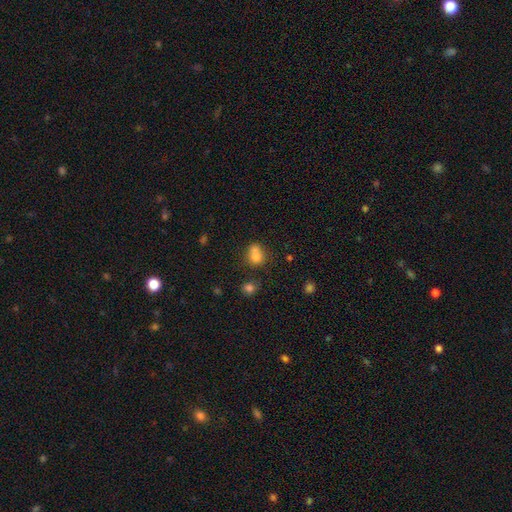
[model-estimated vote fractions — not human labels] Overall: smooth (75%). How rounded: round (57%; in between 42%). Merging: merger (45%; none 34%).